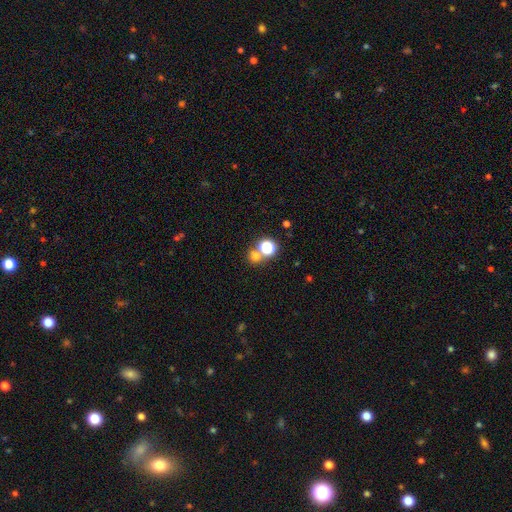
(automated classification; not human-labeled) smooth 66%, star or artifact 27%, featured or disk 7%. Down the decision tree: how rounded — round (83%); merging — none (58%).